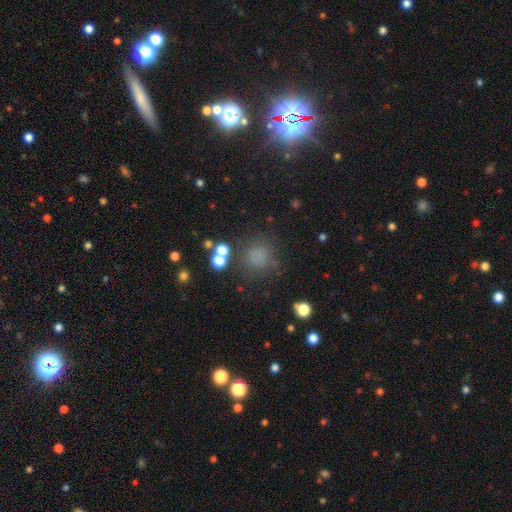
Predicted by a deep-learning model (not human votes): This is likely a smooth galaxy (65%). How rounded: clearly round (85%). Merging: likely none (71%).